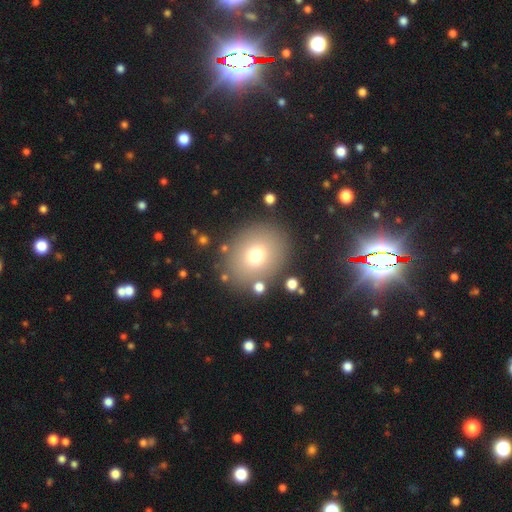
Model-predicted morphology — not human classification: The model was most divided on "how rounded": round: 66%, in between: 33%, cigar-shaped: 1%. More confident: merging — none (83%); smooth or featured — smooth (71%).